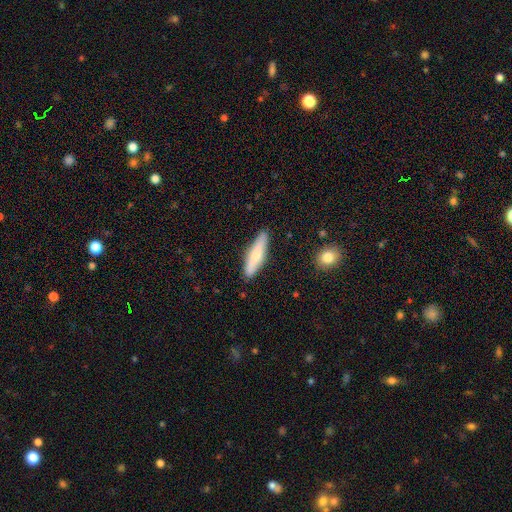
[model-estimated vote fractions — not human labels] A smooth galaxy with no disk features (66%) that is cigar-shaped (73%).

Vote fractions:
- Smooth or featured? smooth: 66% / featured or disk: 28% / star or artifact: 6%
- How rounded? cigar-shaped: 73% / in between: 25% / round: 2%
- Merging? none: 86% / minor disturbance: 11% / major disturbance: 2% / merger: 2%